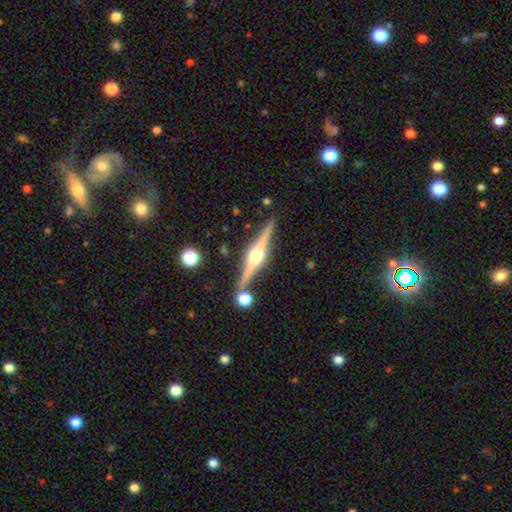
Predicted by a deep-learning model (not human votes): A featured or disk galaxy (87%) viewed edge-on (98%) with a rounded central bulge (94%). Merging: none (85%).